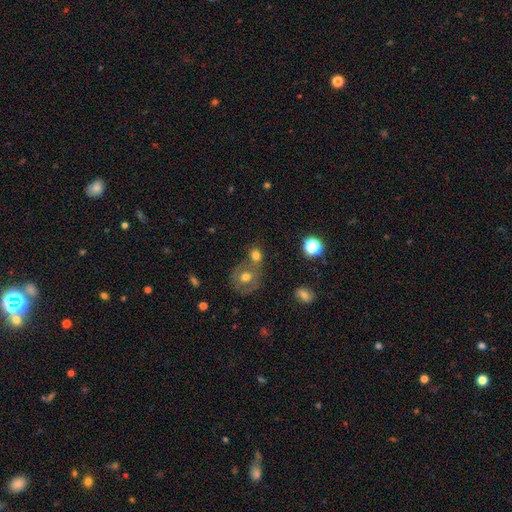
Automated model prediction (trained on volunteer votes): Smooth or featured? smooth (71%)
How rounded? round (74%)
Merging? none (44%)